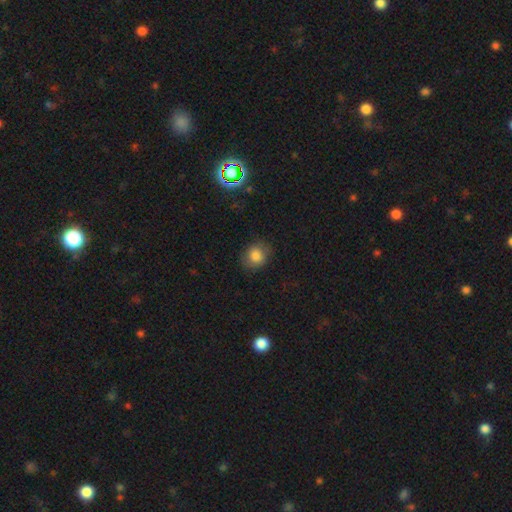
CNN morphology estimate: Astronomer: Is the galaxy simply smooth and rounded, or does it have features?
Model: smooth — 82%.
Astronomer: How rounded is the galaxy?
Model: round — 69%.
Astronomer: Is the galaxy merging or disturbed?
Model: none — 80%.